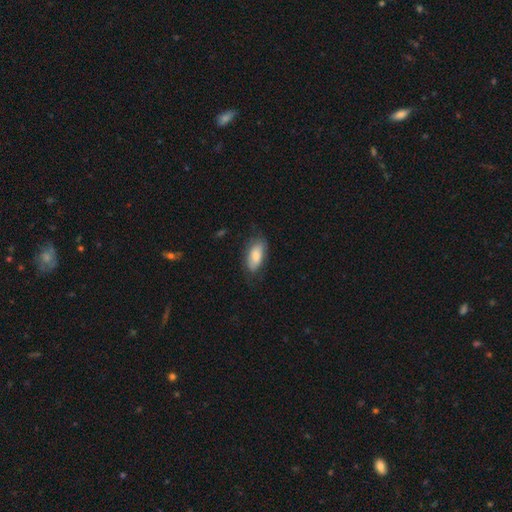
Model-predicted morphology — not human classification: Overall: smooth (77%). How rounded: in between (89%). Merging: none (69%).